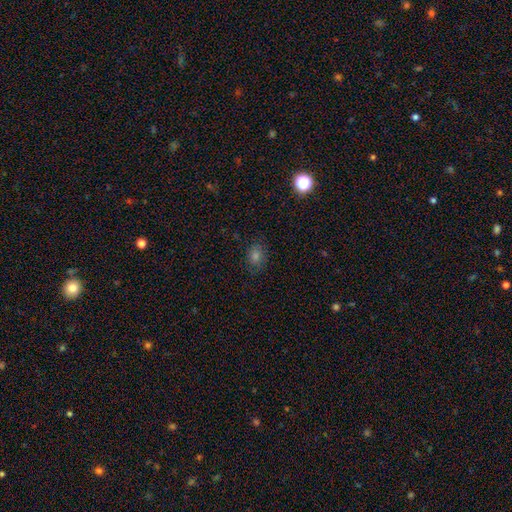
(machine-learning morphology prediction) Q: Smooth or featured?
A: smooth (65%); runner-up: star or artifact (26%)
Q: How rounded?
A: round (50%); runner-up: in between (49%)
Q: Merging?
A: none (83%); runner-up: minor disturbance (12%)